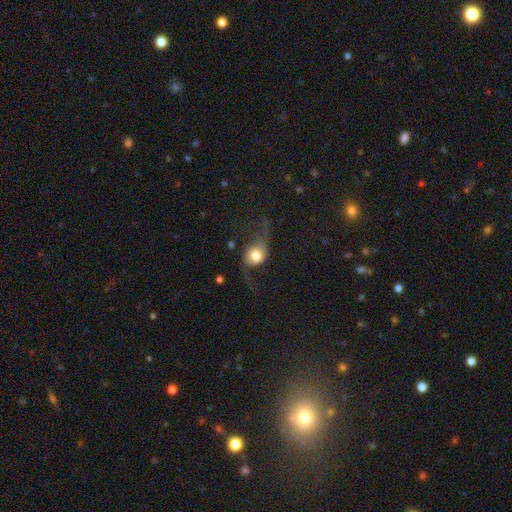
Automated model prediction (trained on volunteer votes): smooth-or-featured: featured or disk: 60% | smooth: 32% | star or artifact: 9%
  disk-edge-on: no: 93% | yes: 7%
    bar: no: 73% | weak: 21% | strong: 6%
    has-spiral-arms: yes: 89% | no: 11%
    bulge-size: moderate: 36% | large: 35% | dominant: 20% | small: 7% | none: 2%
  merging: none: 52% | major disturbance: 27% | minor disturbance: 18% | merger: 3%